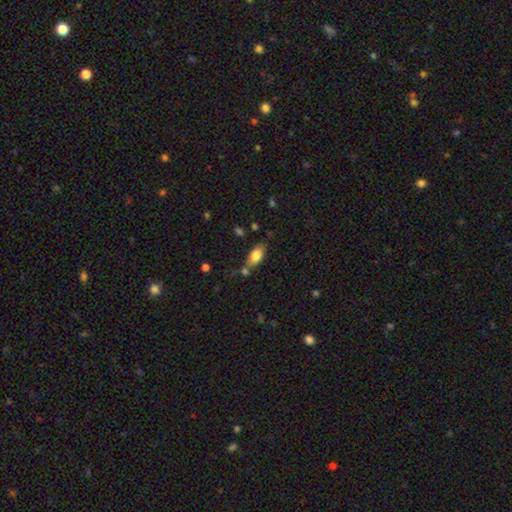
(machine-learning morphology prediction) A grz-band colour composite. It shows a smooth galaxy with no disk features (80%) that is in between round and cigar-shaped (88%). Merging: none (60%).